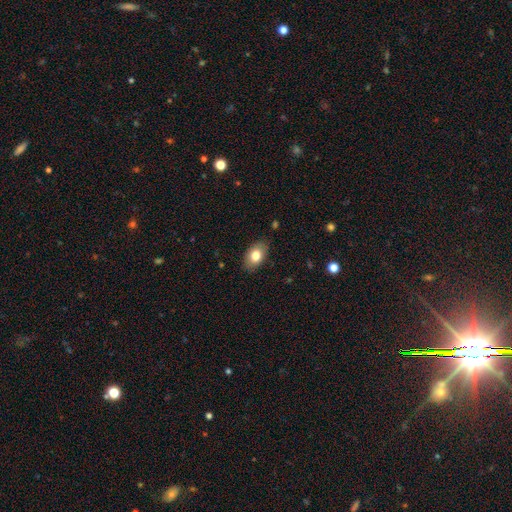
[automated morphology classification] This appears to be a smooth galaxy with no disk features (79%) that is in between round and cigar-shaped (88%). Merging: none (85%).